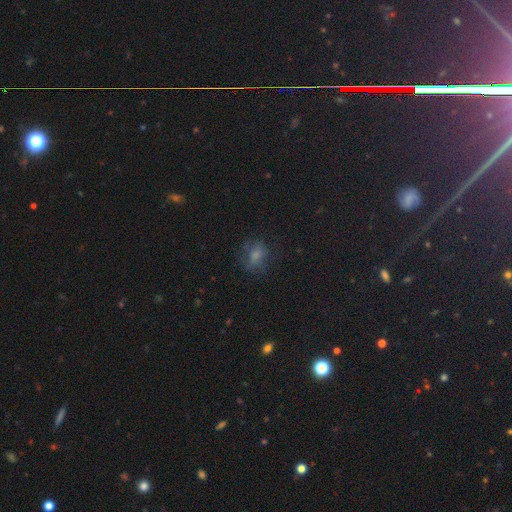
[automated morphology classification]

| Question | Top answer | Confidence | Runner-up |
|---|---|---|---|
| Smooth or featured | smooth | 64% | star or artifact (18%) |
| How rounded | in between | 55% | round (42%) |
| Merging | none | 63% | minor disturbance (21%) |